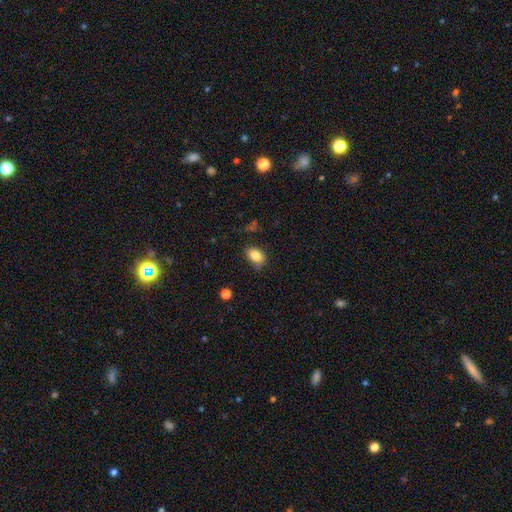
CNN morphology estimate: type=smooth (84%); roundness=in between (85%); merging=none (72%).